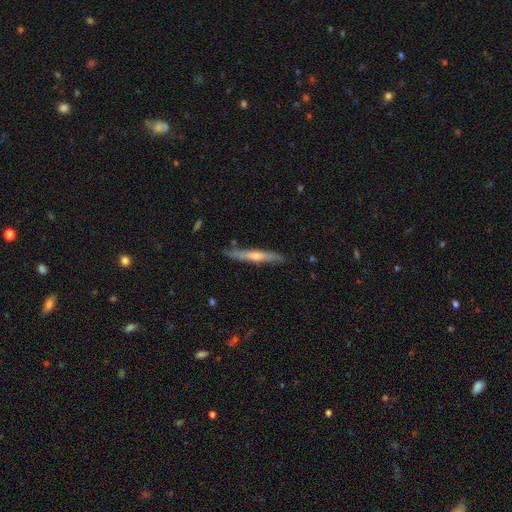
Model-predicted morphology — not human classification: A featured or disk galaxy (56%) viewed edge-on (91%) with a rounded central bulge (64%).

Vote fractions:
- Smooth or featured? featured or disk: 56% / smooth: 38% / star or artifact: 6%
- Edge-on disk? yes: 91% / no: 9%
- Edge-on bulge? rounded: 64% / none: 31% / boxy: 6%
- Merging? none: 81% / minor disturbance: 14% / major disturbance: 2% / merger: 2%